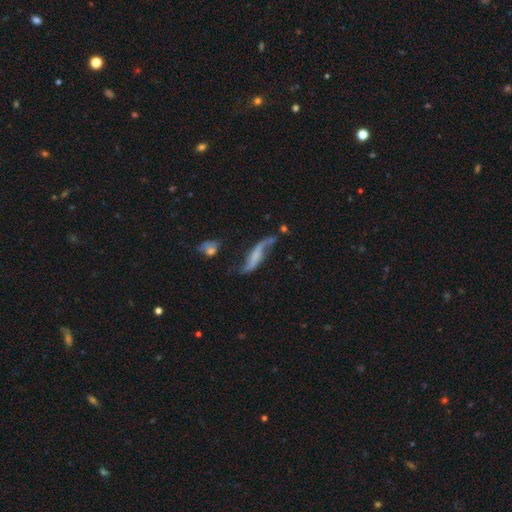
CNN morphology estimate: Overall: featured or disk (74%). Edge-on disk: no (81%). Bar: no (45%; weak 33%). Spiral arms: yes (88%). Spiral arm count: 2 (87%). Spiral winding: loose (90%). Bulge size: none (52%; small 29%). Merging: none (50%; minor disturbance 22%).